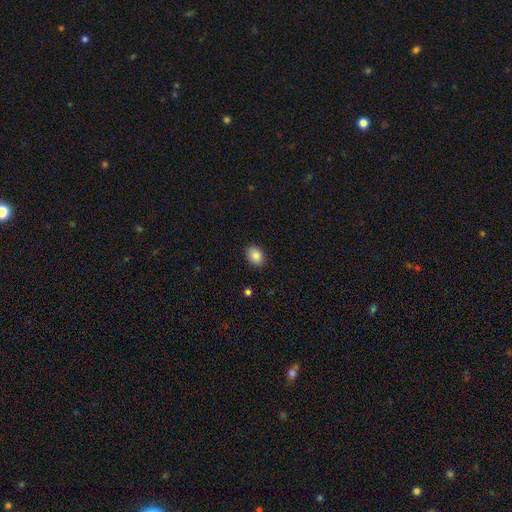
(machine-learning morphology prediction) smooth_or_featured: smooth (p=0.87) [alt: star or artifact p=0.08]
how_rounded: in between (p=0.70) [alt: round p=0.29]
merging: none (p=0.88) [alt: minor disturbance p=0.09]